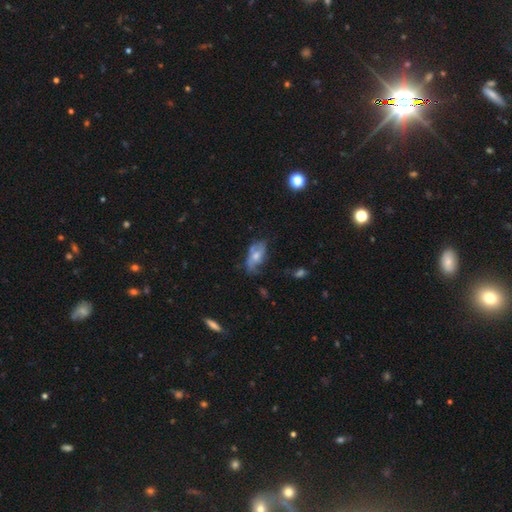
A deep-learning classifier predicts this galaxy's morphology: smooth_or_featured: featured or disk (p=0.52) [alt: smooth p=0.39]
disk_edge_on: no (p=0.90) [alt: yes p=0.10]
merging: none (p=0.47) [alt: minor disturbance p=0.30]